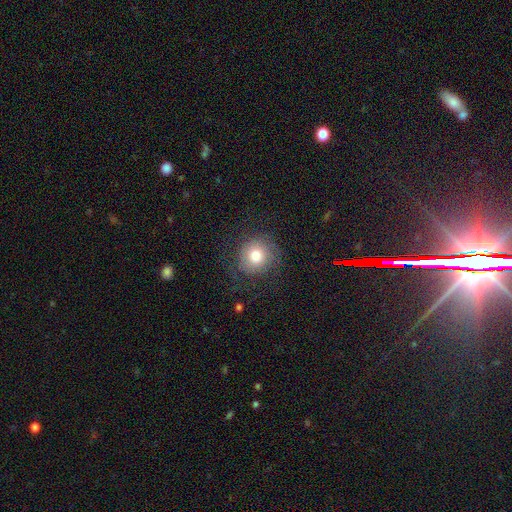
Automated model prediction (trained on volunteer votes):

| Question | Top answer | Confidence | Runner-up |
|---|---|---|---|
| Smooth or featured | smooth | 72% | featured or disk (19%) |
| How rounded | round | 90% | in between (9%) |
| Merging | none | 72% | minor disturbance (15%) |